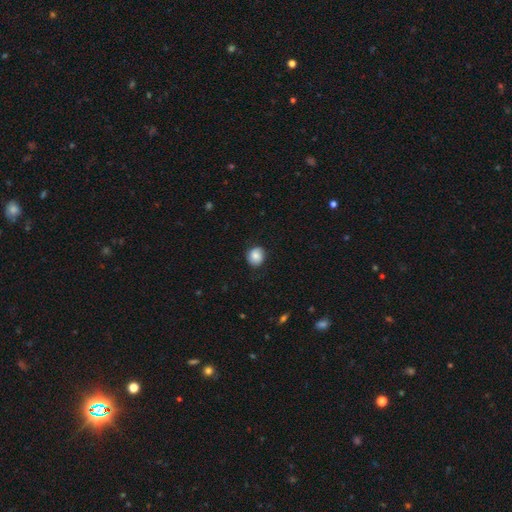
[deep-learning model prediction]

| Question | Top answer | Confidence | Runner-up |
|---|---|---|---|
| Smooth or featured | smooth | 78% | featured or disk (13%) |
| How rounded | round | 78% | in between (21%) |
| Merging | none | 79% | minor disturbance (16%) |